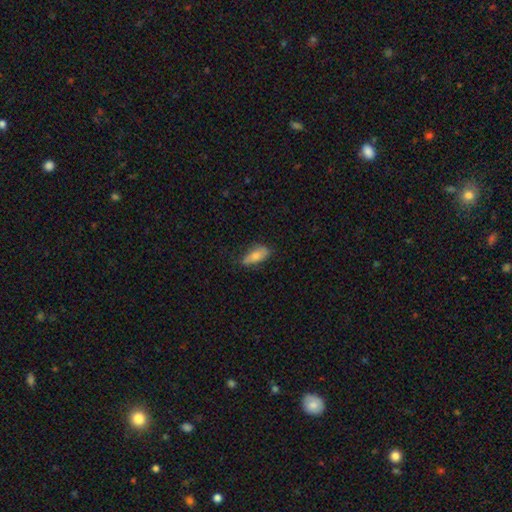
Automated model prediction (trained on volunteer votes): Smooth or featured? smooth (75%)
How rounded? in between (80%)
Merging? none (67%)